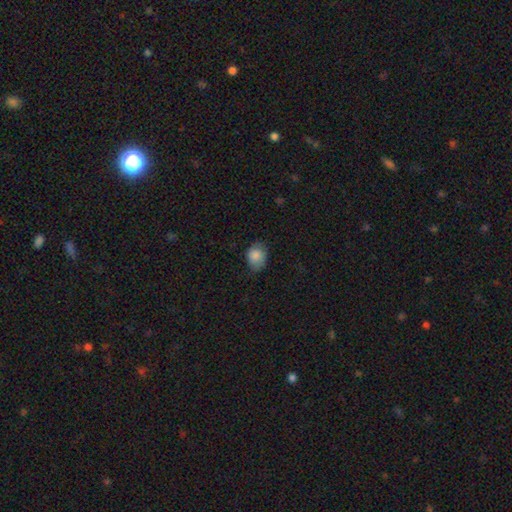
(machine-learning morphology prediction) The model was most divided on "how rounded": in between: 56%, round: 43%, cigar-shaped: 1%. More confident: smooth or featured — smooth (85%); merging — none (63%).